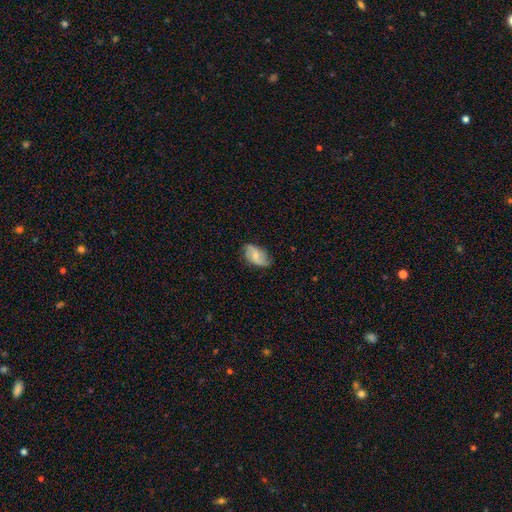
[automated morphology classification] This is possibly a featured or disk galaxy (52%). It is clearly not viewed edge-on (95%). Merging: likely none (71%).